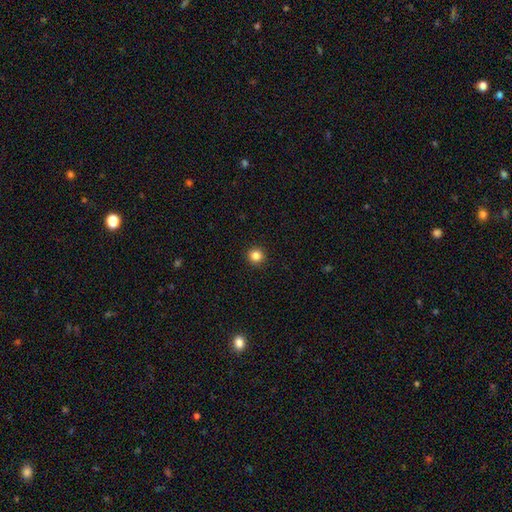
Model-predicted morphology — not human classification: Smooth or featured? smooth (84%)
How rounded? round (95%)
Merging? none (94%)